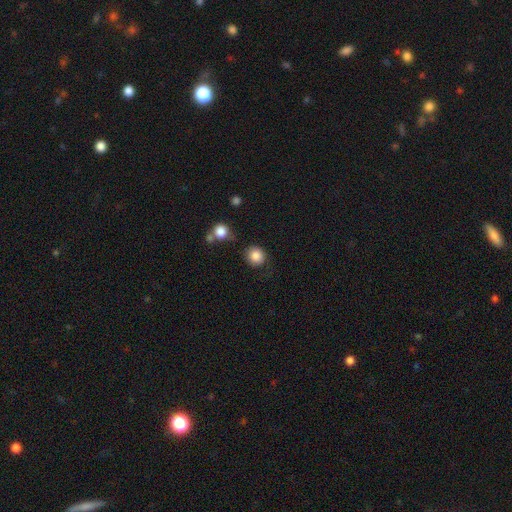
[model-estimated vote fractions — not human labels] Smooth or featured?
  - smooth: 86% *
  - star or artifact: 9%
  - featured or disk: 5%
How rounded?
  - round: 90% *
  - in between: 9%
  - cigar-shaped: 1%
Merging?
  - none: 77% *
  - minor disturbance: 14%
  - major disturbance: 5%
  - merger: 5%